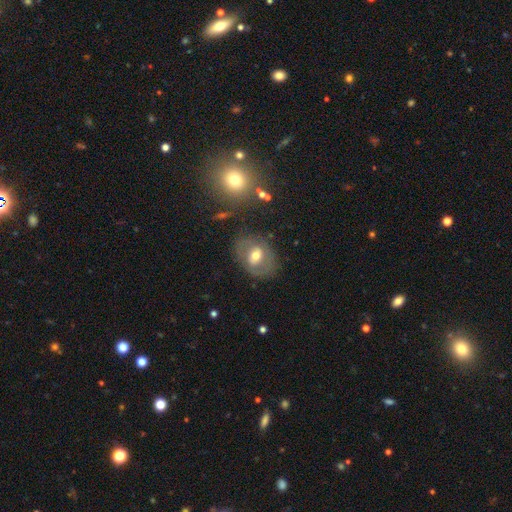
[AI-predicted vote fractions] A featured or disk galaxy (48%). Merging: none (70%).